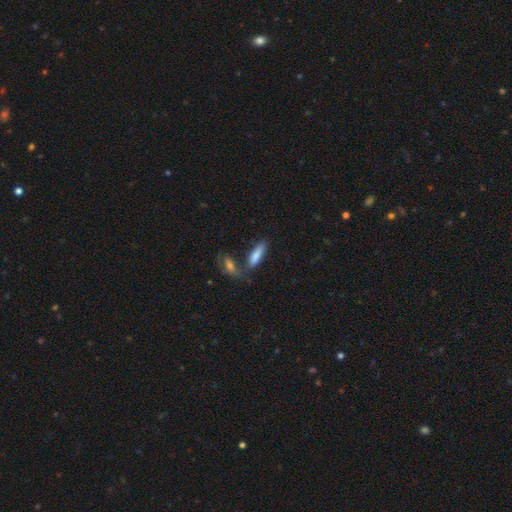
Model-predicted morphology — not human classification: smooth-or-featured: smooth: 77% | featured or disk: 15% | star or artifact: 8%
  how-rounded: cigar-shaped: 53% | in between: 45% | round: 2%
  merging: none: 52% | merger: 30% | minor disturbance: 13% | major disturbance: 5%